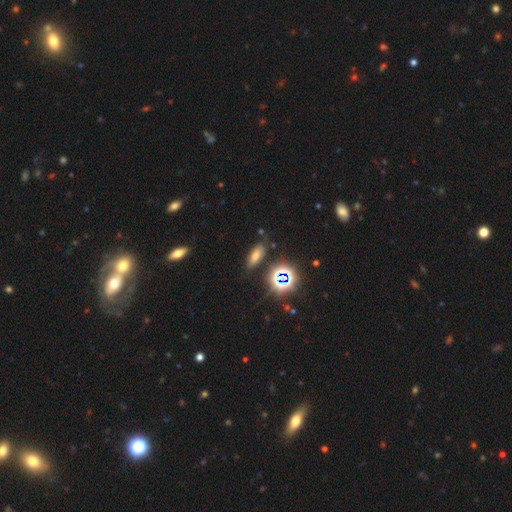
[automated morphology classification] Smooth or featured: smooth — 56% (star or artifact — 30%)
How rounded: in between — 70% (cigar-shaped — 21%)
Merging: none — 80% (minor disturbance — 12%)